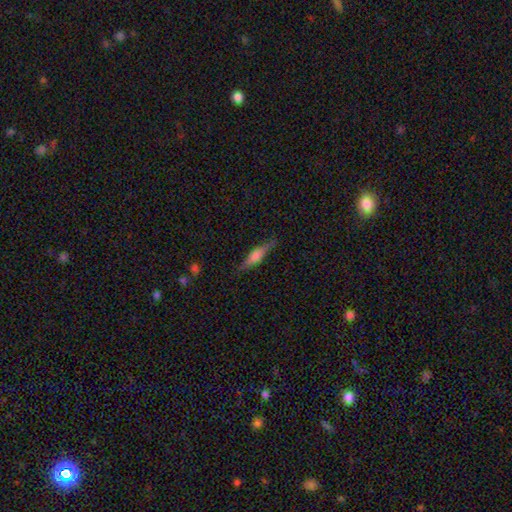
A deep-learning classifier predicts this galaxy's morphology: type=featured or disk (48%); merging=none (80%).